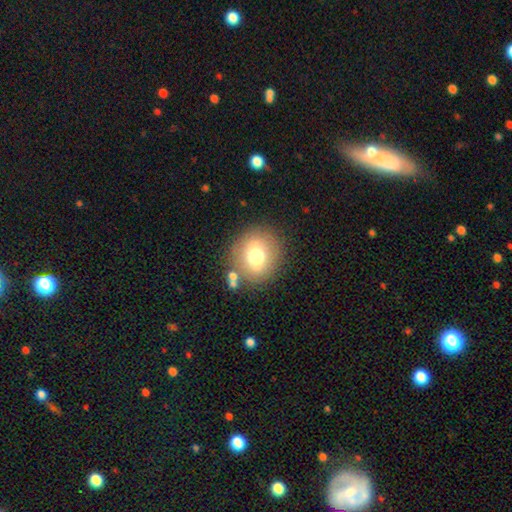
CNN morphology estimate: Q: Smooth or featured?
A: smooth (69%); runner-up: featured or disk (19%)
Q: How rounded?
A: round (74%); runner-up: in between (24%)
Q: Merging?
A: none (78%); runner-up: minor disturbance (12%)